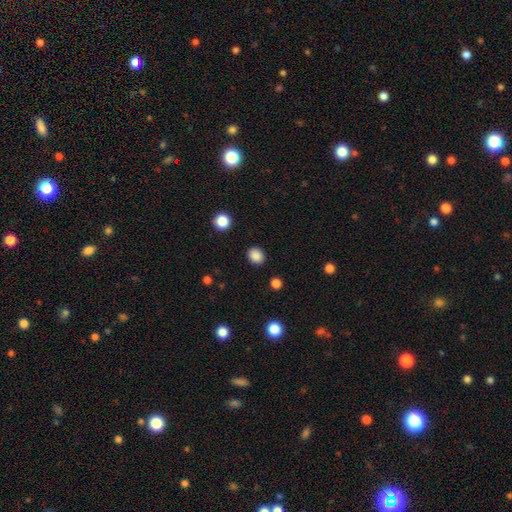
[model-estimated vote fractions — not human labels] The model was most divided on "how rounded": round: 69%, in between: 30%, cigar-shaped: 1%. More confident: merging — none (89%); smooth or featured — smooth (87%).